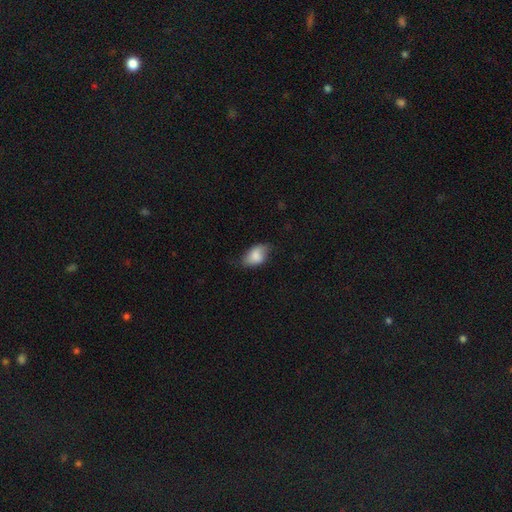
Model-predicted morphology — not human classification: Smooth or featured? Predicted: smooth (p=0.80). How rounded? Predicted: in between (p=0.89). Merging? Predicted: none (p=0.60).